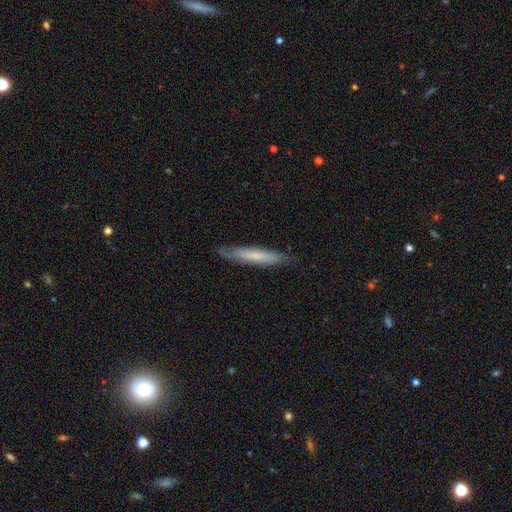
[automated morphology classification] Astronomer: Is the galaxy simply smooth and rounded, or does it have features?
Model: smooth — 59% (runner-up: featured or disk, 35%).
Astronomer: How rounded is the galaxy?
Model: cigar-shaped — 91%.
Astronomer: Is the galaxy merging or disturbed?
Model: none — 82%.